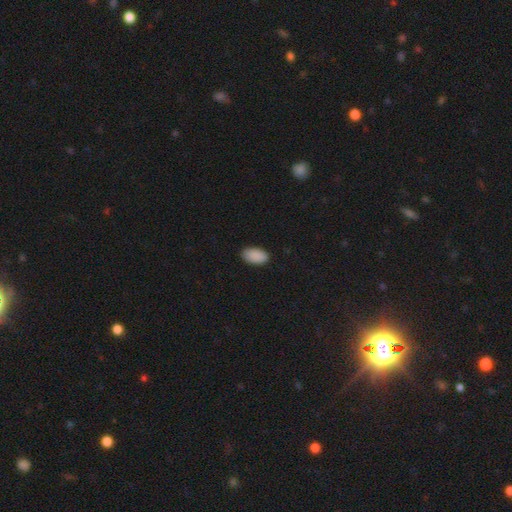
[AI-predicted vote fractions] Smooth or featured? Predicted: smooth (p=0.90). How rounded? Predicted: in between (p=0.95). Merging? Predicted: none (p=0.88).